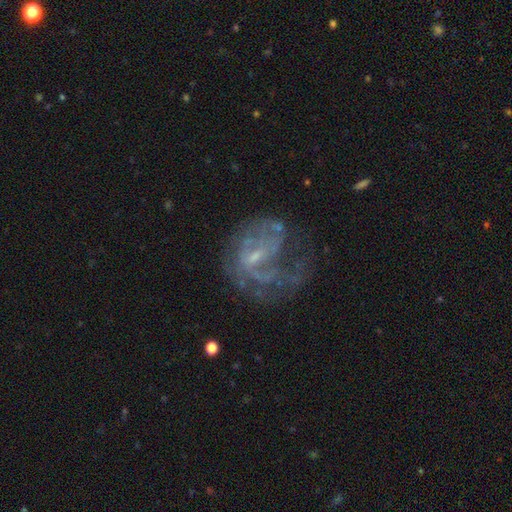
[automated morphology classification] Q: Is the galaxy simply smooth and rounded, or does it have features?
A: featured or disk — 75%.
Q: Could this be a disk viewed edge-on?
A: no — 98%.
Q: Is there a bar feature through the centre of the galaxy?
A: weak — 47%.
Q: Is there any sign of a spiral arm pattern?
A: yes — 69%.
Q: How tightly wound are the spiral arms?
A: medium — 38%.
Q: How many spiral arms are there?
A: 1 — 33%.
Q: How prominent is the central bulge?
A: small — 61%.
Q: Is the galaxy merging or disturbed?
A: major disturbance — 41%.